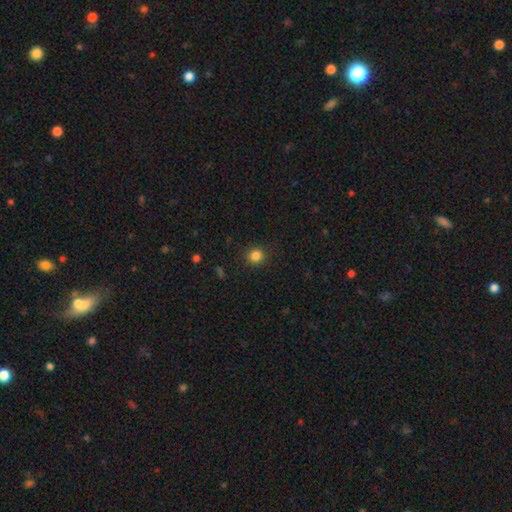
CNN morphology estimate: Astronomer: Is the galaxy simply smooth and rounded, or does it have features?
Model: smooth — 84%.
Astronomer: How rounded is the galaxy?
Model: round — 90%.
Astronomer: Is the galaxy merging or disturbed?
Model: none — 89%.